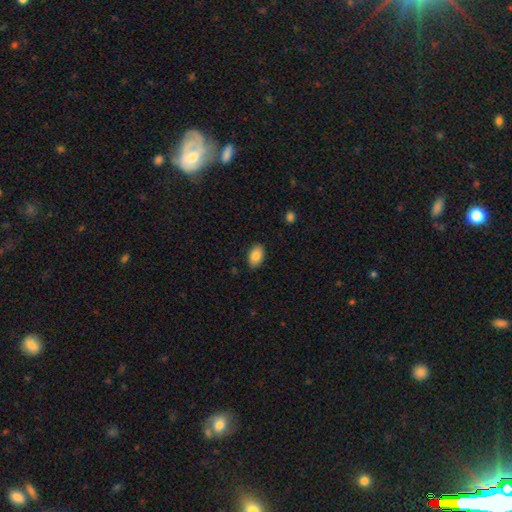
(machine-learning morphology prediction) A smooth galaxy with no disk features (86%) that is in between round and cigar-shaped (91%).

Vote fractions:
- Smooth or featured? smooth: 86% / star or artifact: 7% / featured or disk: 6%
- How rounded? in between: 91% / round: 8% / cigar-shaped: 1%
- Merging? none: 86% / minor disturbance: 11% / major disturbance: 2% / merger: 1%